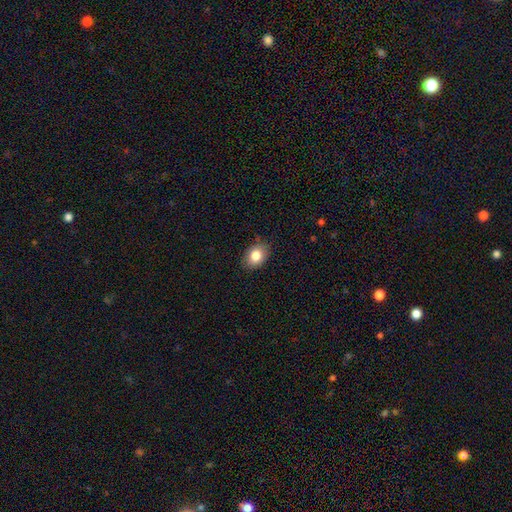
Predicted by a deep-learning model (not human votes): A smooth galaxy with no disk features (83%) that is in between round and cigar-shaped (72%).

Vote fractions:
- Smooth or featured? smooth: 83% / star or artifact: 9% / featured or disk: 8%
- How rounded? in between: 72% / round: 27% / cigar-shaped: 1%
- Merging? none: 85% / minor disturbance: 12% / major disturbance: 2% / merger: 1%